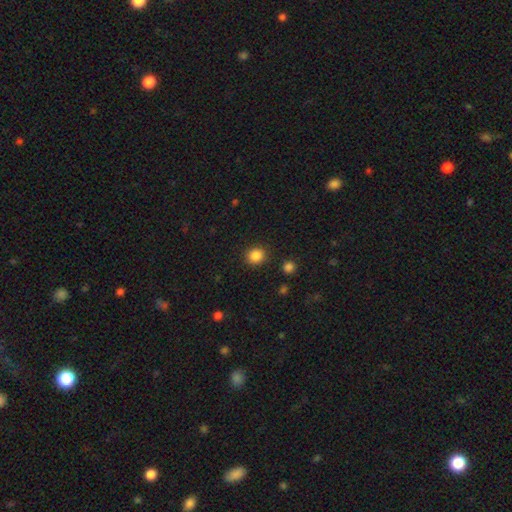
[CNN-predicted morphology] The model was most divided on "how rounded": round: 83%, in between: 16%, cigar-shaped: 1%. More confident: merging — none (90%); smooth or featured — smooth (86%).